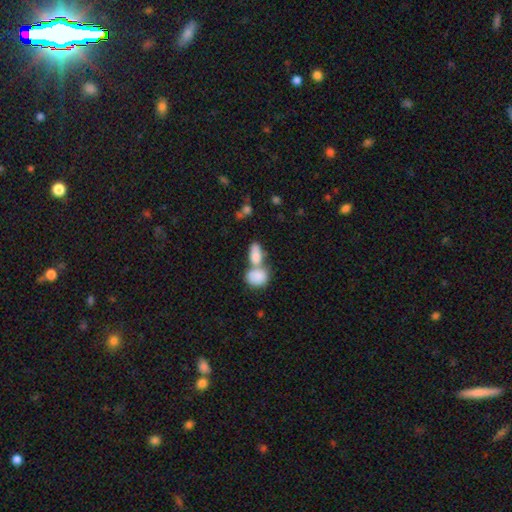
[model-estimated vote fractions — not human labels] smooth-or-featured: smooth: 83% | featured or disk: 10% | star or artifact: 7%
  how-rounded: in between: 85% | round: 12% | cigar-shaped: 4%
  merging: merger: 65% | none: 23% | minor disturbance: 8% | major disturbance: 4%